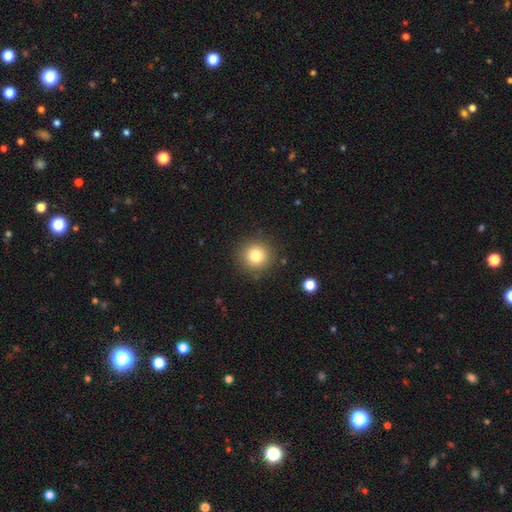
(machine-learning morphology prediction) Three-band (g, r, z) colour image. It shows a smooth galaxy with no disk features (80%) that is round (94%). Merging: none (88%).